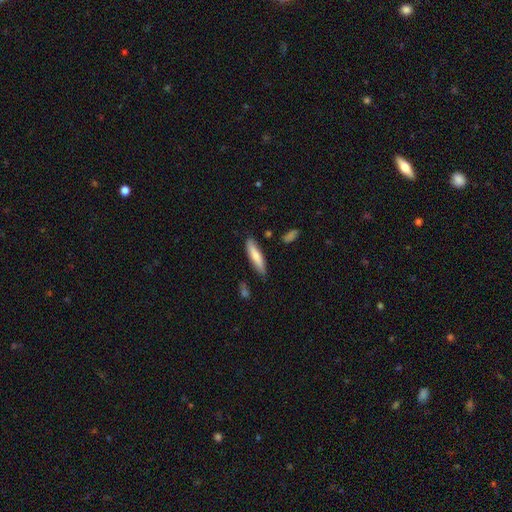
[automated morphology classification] Smooth or featured: smooth — 74% (featured or disk — 21%)
How rounded: cigar-shaped — 73% (in between — 25%)
Merging: none — 81% (minor disturbance — 14%)